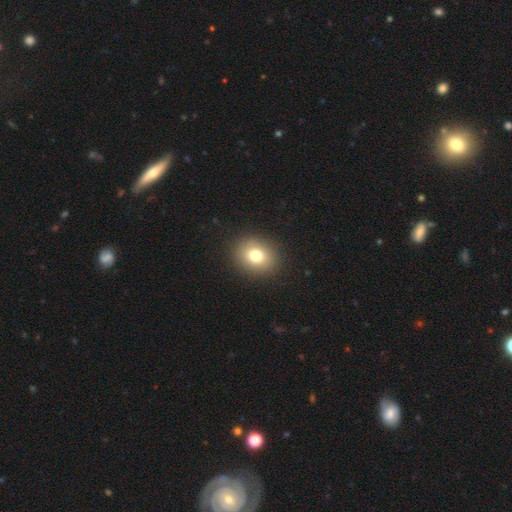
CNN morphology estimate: Smooth or featured? smooth (77%)
How rounded? round (60%)
Merging? none (89%)